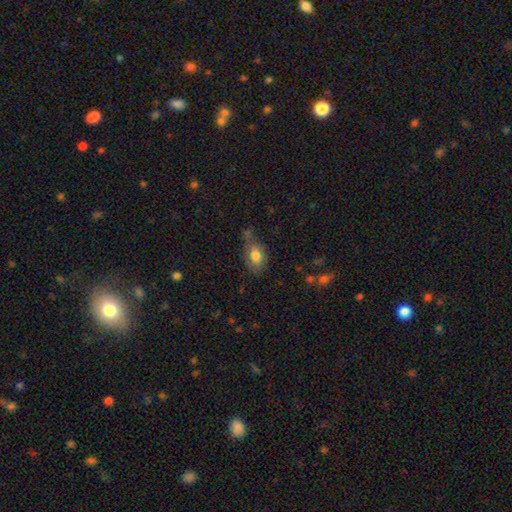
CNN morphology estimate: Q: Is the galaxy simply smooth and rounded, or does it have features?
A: smooth — 78%.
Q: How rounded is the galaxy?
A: in between — 86%.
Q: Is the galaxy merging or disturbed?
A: none — 52%.